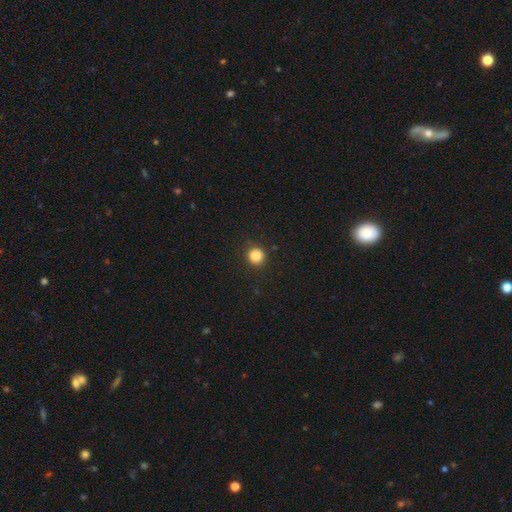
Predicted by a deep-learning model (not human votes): Morphology: type=smooth (86%); roundness=round (91%); merging=none (87%).